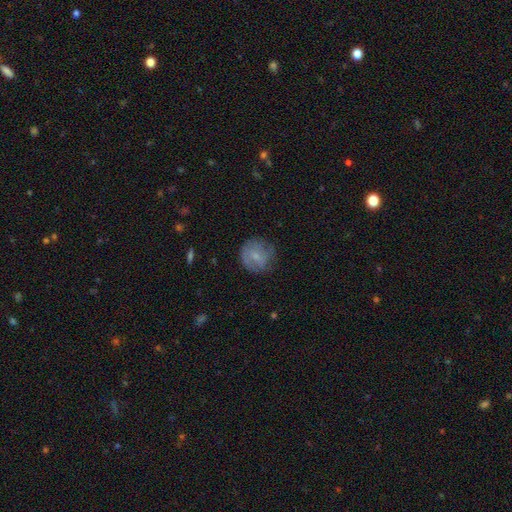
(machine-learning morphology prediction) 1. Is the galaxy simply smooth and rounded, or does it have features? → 60% smooth, 32% featured or disk, 8% star or artifact.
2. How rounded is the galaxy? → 87% round, 12% in between, 1% cigar-shaped.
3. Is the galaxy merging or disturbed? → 71% none, 20% minor disturbance, 8% major disturbance, 1% merger.